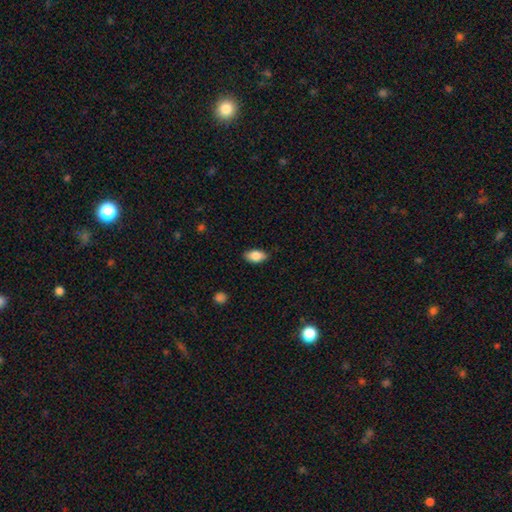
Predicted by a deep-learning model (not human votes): Morphology: type=smooth (84%); roundness=in between (91%); merging=none (84%).